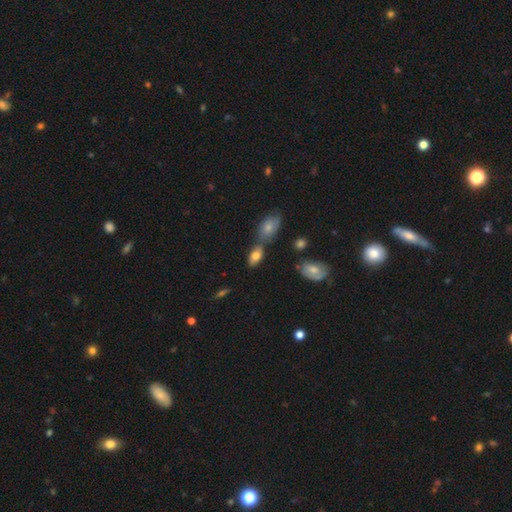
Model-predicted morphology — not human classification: type=smooth (77%); roundness=in between (91%); merging=none (48%).